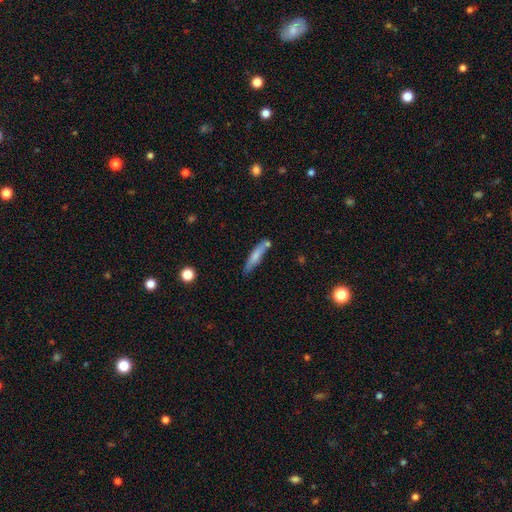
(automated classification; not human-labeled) smooth-or-featured: smooth: 71% | featured or disk: 23% | star or artifact: 6%
  how-rounded: cigar-shaped: 85% | in between: 13% | round: 2%
  merging: none: 66% | minor disturbance: 18% | merger: 11% | major disturbance: 4%